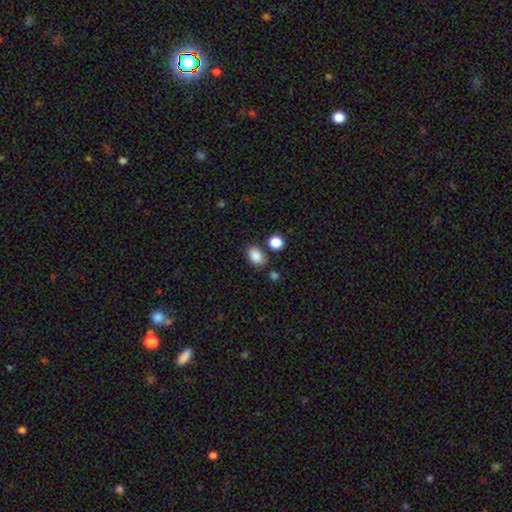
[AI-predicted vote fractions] smooth-or-featured: smooth: 86% | star or artifact: 9% | featured or disk: 4%
  how-rounded: in between: 72% | round: 27% | cigar-shaped: 1%
  merging: none: 75% | minor disturbance: 13% | merger: 8% | major disturbance: 4%